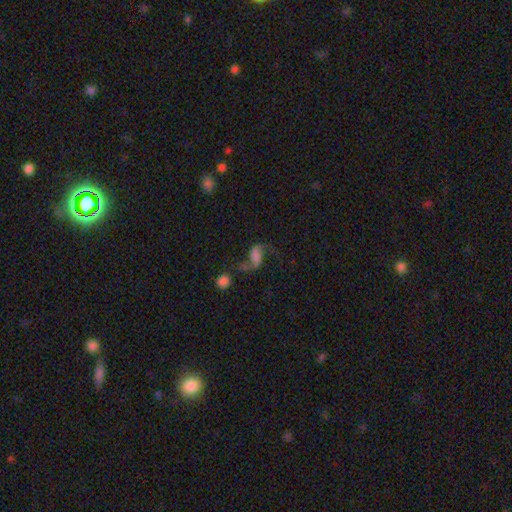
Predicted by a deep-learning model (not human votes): Overall: featured or disk (66%). Edge-on disk: no (97%). Bar: no (38%; weak 37%). Spiral arms: yes (90%). Spiral arm count: 2 (89%). Spiral winding: loose (84%). Bulge size: none (55%; small 17%). Merging: none (46%; major disturbance 21%).